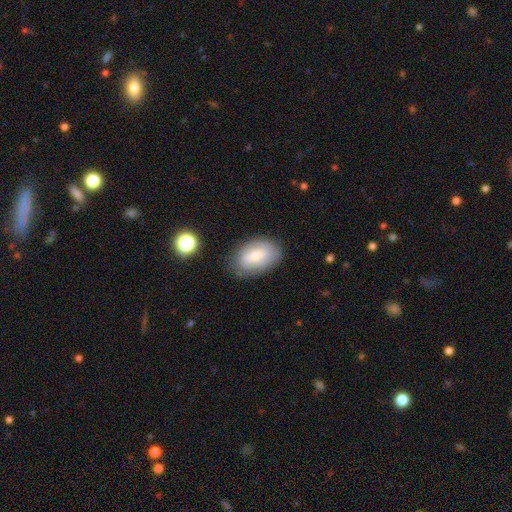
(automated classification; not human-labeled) Smooth or featured?
  - smooth: 67% *
  - featured or disk: 25%
  - star or artifact: 8%
How rounded?
  - in between: 89% *
  - round: 9%
  - cigar-shaped: 1%
Merging?
  - none: 76% *
  - minor disturbance: 17%
  - major disturbance: 5%
  - merger: 2%